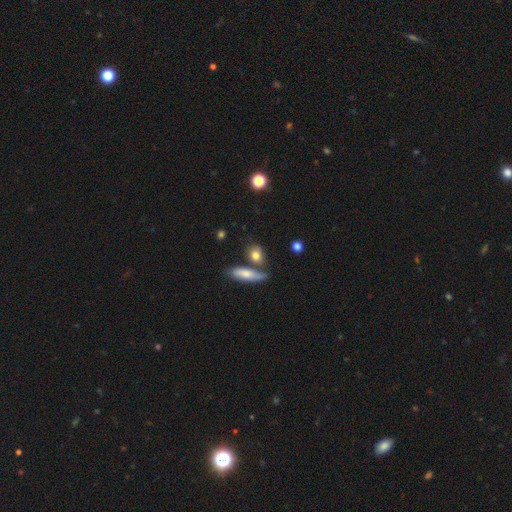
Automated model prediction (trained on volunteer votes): A smooth galaxy with no disk features (78%) that is in between round and cigar-shaped (47%).

Vote fractions:
- Smooth or featured? smooth: 78% / featured or disk: 14% / star or artifact: 9%
- How rounded? in between: 47% / round: 39% / cigar-shaped: 15%
- Merging? none: 62% / merger: 20% / minor disturbance: 14% / major disturbance: 5%